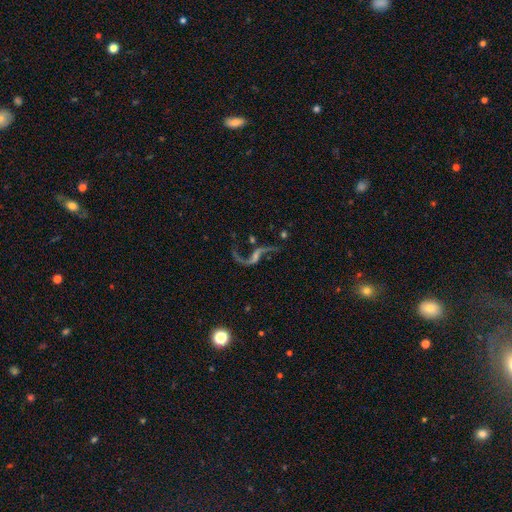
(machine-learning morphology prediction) This appears to be a featured or disk galaxy (85%) with no bar (41%), 2 (91%) loose (93%) spiral arms (94%) and a small central bulge (41%). Merging: none (61%).